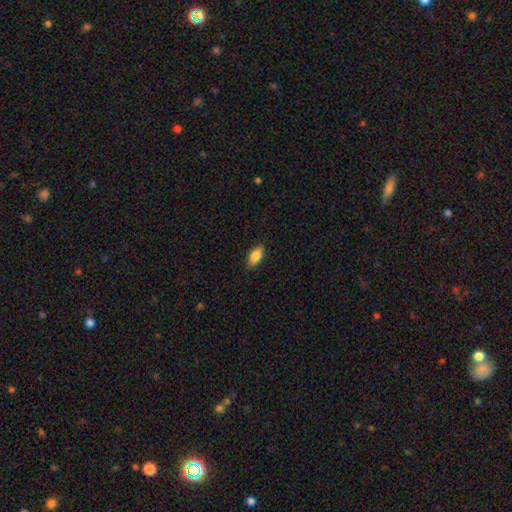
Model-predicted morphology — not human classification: This is clearly a smooth galaxy (85%). How rounded: clearly in between (89%). Merging: clearly none (87%).